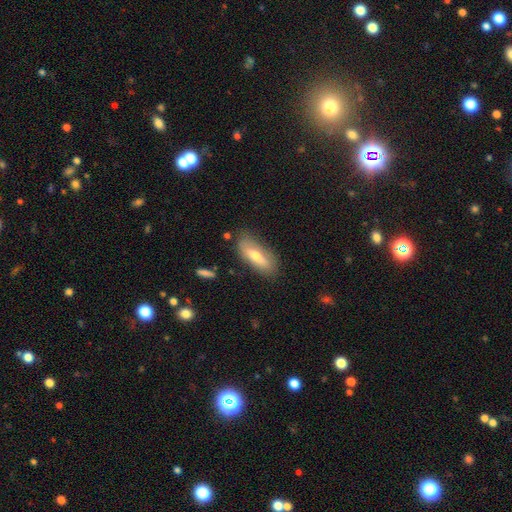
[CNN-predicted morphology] A smooth galaxy with no disk features (57%) that is in between round and cigar-shaped (64%).

Vote fractions:
- Smooth or featured? smooth: 57% / featured or disk: 36% / star or artifact: 7%
- How rounded? in between: 64% / cigar-shaped: 34% / round: 2%
- Merging? none: 76% / minor disturbance: 17% / major disturbance: 4% / merger: 2%